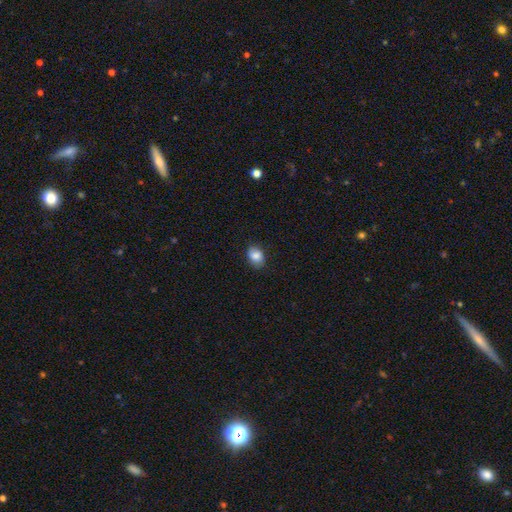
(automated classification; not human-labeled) smooth_or_featured: smooth (p=0.85) [alt: star or artifact p=0.08]
how_rounded: in between (p=0.72) [alt: round p=0.27]
merging: none (p=0.84) [alt: minor disturbance p=0.13]